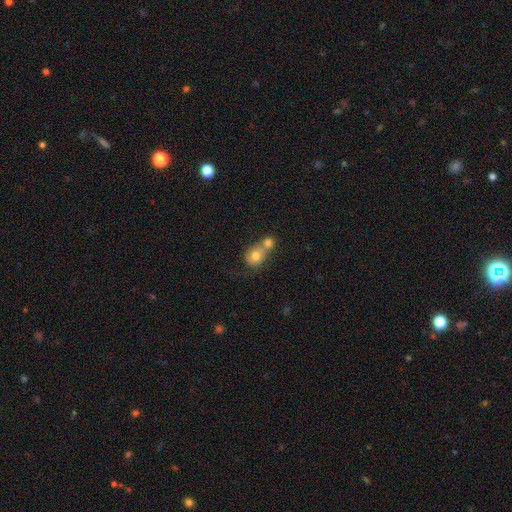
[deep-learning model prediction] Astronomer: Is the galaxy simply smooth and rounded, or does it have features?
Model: smooth — 73%.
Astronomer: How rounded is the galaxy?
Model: round — 72%.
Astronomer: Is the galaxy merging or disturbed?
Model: merger — 66%.